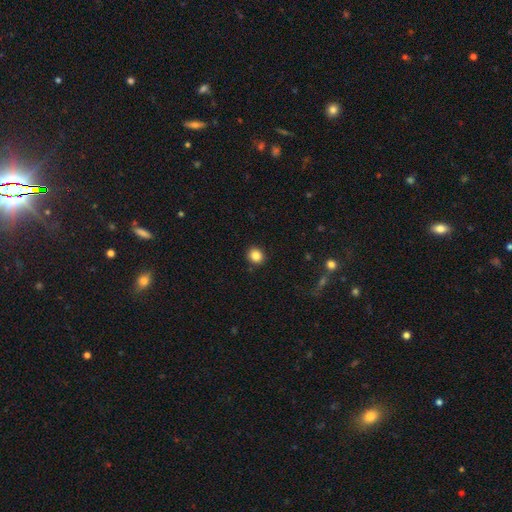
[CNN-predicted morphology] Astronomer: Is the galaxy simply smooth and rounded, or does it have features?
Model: smooth — 86%.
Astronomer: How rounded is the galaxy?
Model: round — 80%.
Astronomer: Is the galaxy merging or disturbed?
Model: none — 90%.